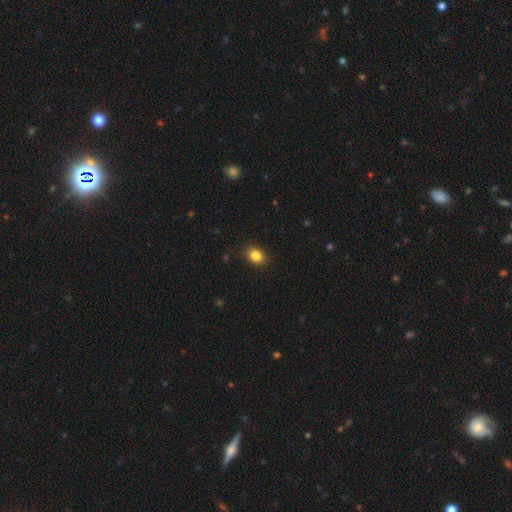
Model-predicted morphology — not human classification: A smooth galaxy with no disk features (84%) that is round (50%). Merging: none (87%).